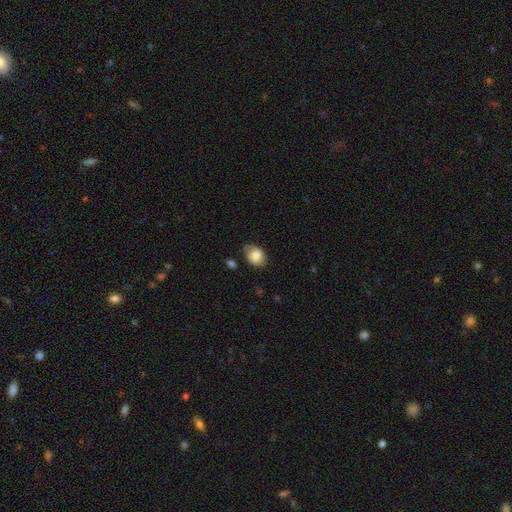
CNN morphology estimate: smooth 80%, featured or disk 12%, star or artifact 8%. Down the decision tree: how rounded — in between (64%); merging — none (66%).